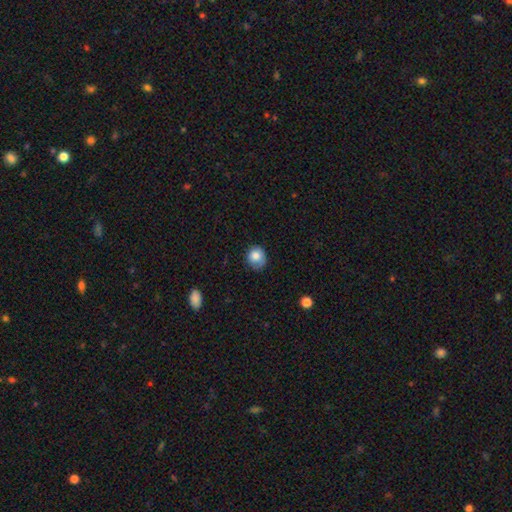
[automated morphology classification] Q: Smooth or featured?
A: smooth (81%); runner-up: featured or disk (10%)
Q: How rounded?
A: round (75%); runner-up: in between (24%)
Q: Merging?
A: none (62%); runner-up: minor disturbance (30%)